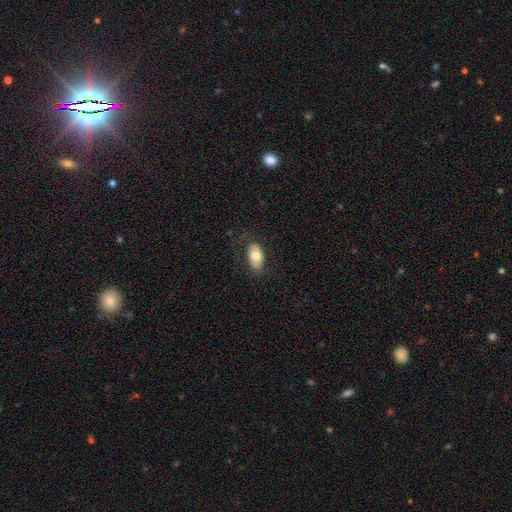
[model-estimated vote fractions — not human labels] This is likely a smooth galaxy (69%). How rounded: clearly in between (92%). Merging: likely none (78%).